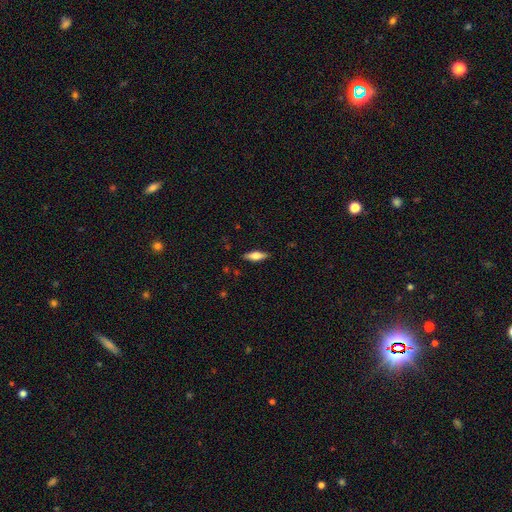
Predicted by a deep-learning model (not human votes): Overall: smooth (58%; featured or disk 35%). How rounded: in between (53%; cigar-shaped 44%). Merging: none (87%).